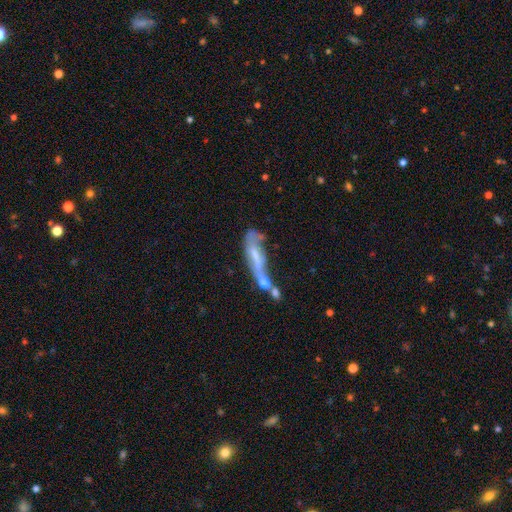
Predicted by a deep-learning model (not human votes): Smooth or featured? featured or disk (48%)
Merging? merger (55%)